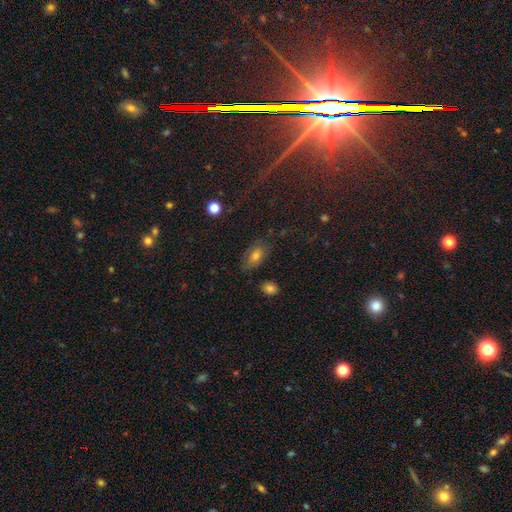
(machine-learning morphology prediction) The model was most divided on "smooth or featured": smooth: 61%, featured or disk: 20%, star or artifact: 19%. More confident: how rounded — in between (88%); merging — none (73%).